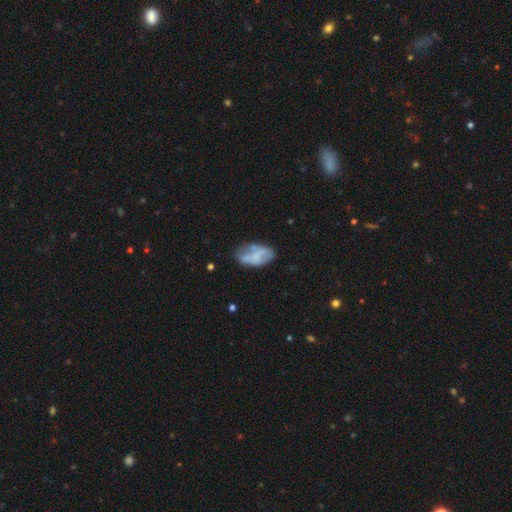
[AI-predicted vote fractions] Q: Smooth or featured?
A: smooth (50%); runner-up: featured or disk (42%)
Q: Merging?
A: none (45%); runner-up: minor disturbance (28%)